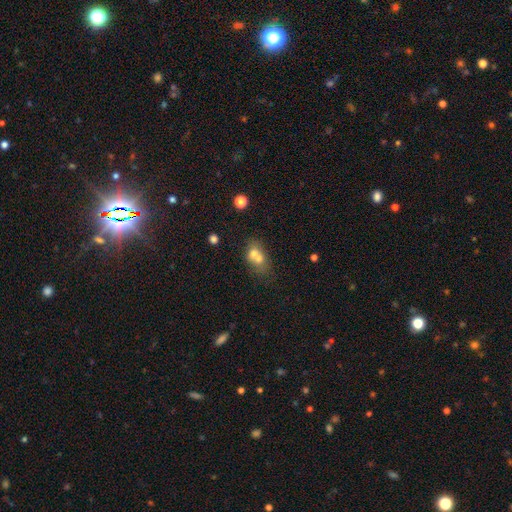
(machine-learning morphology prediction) The model was most divided on "how rounded": in between: 53%, round: 45%, cigar-shaped: 2%. More confident: smooth or featured — smooth (64%); merging — merger (63%).